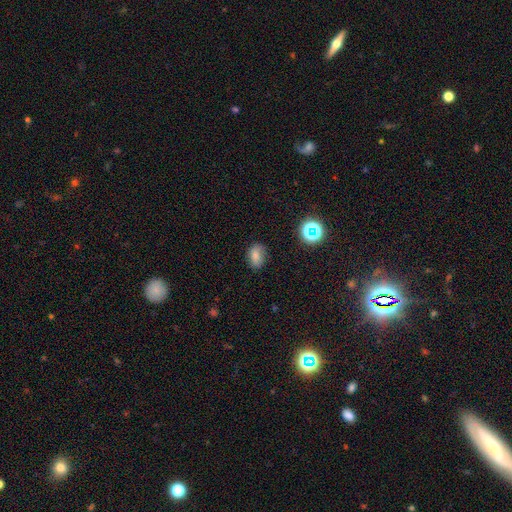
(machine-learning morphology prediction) Smooth or featured?
  - smooth: 75% *
  - star or artifact: 14%
  - featured or disk: 11%
How rounded?
  - in between: 79% *
  - round: 19%
  - cigar-shaped: 1%
Merging?
  - none: 74% *
  - minor disturbance: 19%
  - major disturbance: 5%
  - merger: 2%